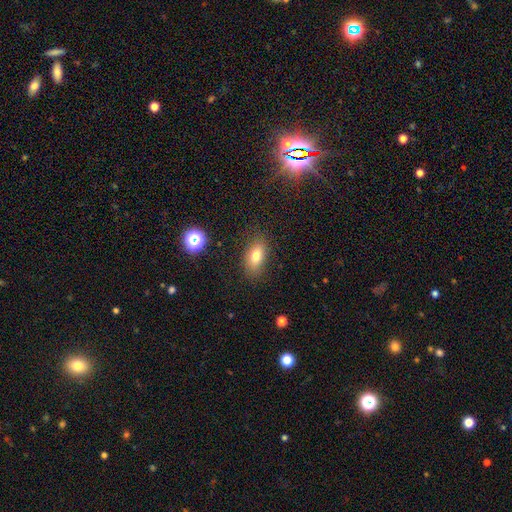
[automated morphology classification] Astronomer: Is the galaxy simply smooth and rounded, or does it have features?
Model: smooth — 76%.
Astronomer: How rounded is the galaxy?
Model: in between — 84%.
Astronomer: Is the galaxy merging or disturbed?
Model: none — 84%.